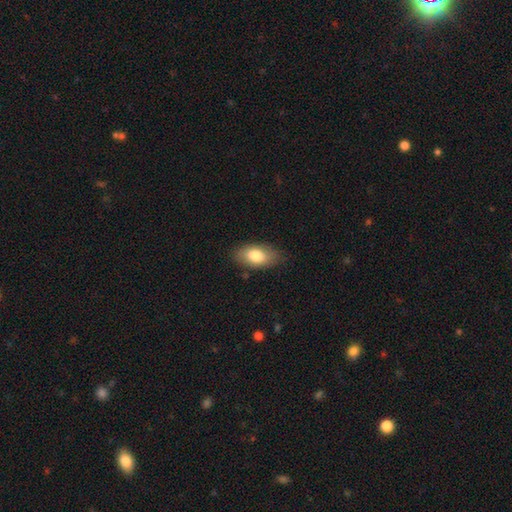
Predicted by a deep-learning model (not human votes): The model was most divided on "merging": none: 80%, minor disturbance: 16%, major disturbance: 3%, merger: 1%. More confident: how rounded — in between (91%); smooth or featured — smooth (79%).